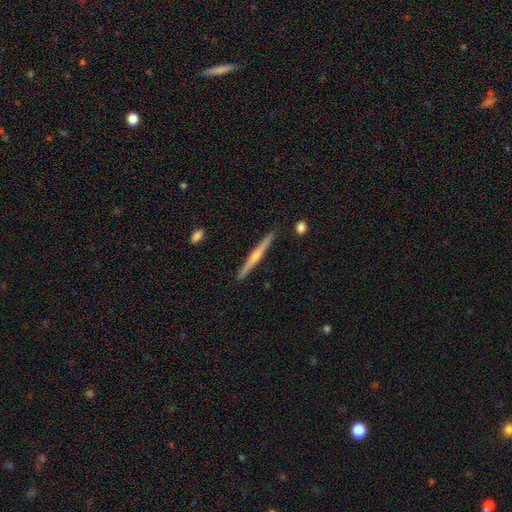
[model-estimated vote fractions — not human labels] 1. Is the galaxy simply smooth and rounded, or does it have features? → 71% featured or disk, 22% smooth, 7% star or artifact.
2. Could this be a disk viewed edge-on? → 98% yes, 2% no.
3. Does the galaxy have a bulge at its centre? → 76% rounded, 19% none, 5% boxy.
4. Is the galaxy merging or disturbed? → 90% none, 7% minor disturbance, 2% merger, 2% major disturbance.